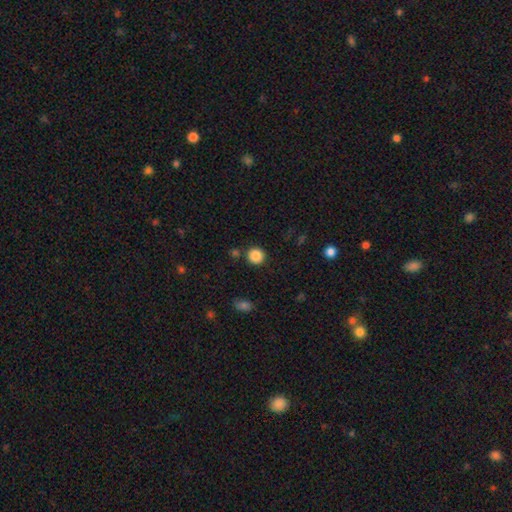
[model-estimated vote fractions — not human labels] A smooth galaxy with no disk features (87%) that is round (92%). Merging: none (87%).